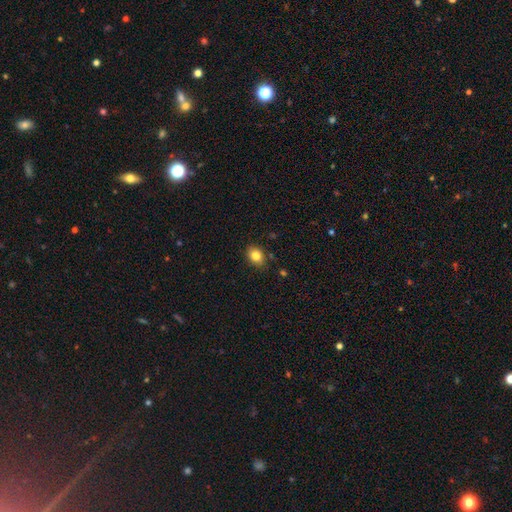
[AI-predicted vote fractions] Smooth or featured: smooth — 84% (star or artifact — 10%)
How rounded: in between — 59% (round — 40%)
Merging: none — 84% (minor disturbance — 12%)